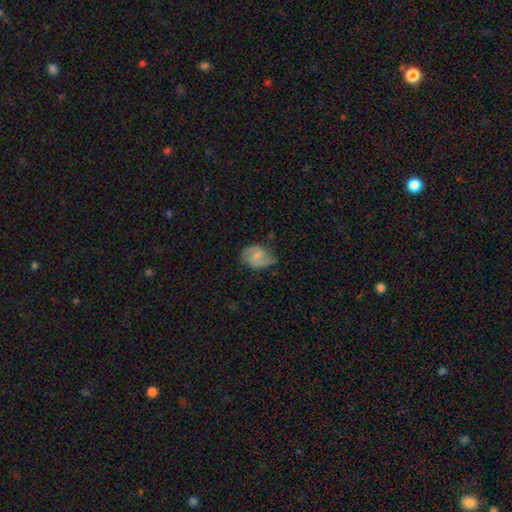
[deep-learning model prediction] This is likely a featured or disk galaxy (62%). It is clearly not viewed edge-on (98%). Bar: possibly no (55%). Spiral arm pattern: clearly yes (92%). Spiral arm count: clearly 2 (85%). Spiral winding: possibly medium (49%). Central bulge: possibly small (49%). Merging: likely none (62%).